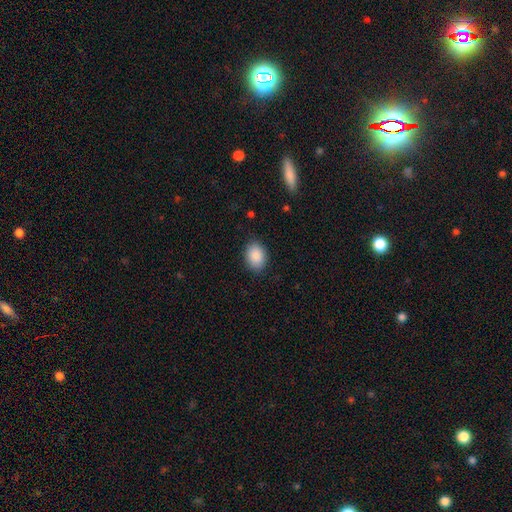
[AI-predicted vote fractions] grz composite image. It shows a smooth galaxy with no disk features (89%) that is in between round and cigar-shaped (74%). Merging: none (86%).